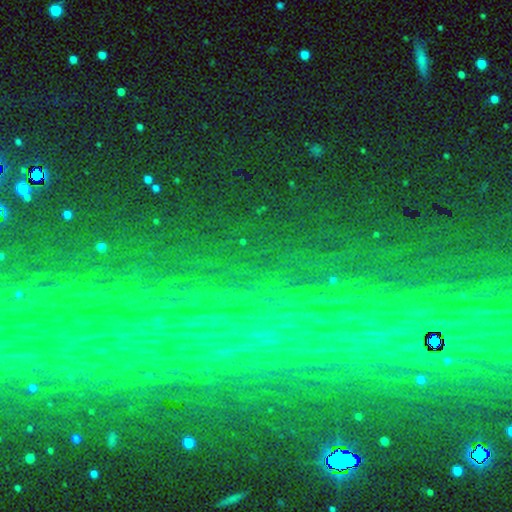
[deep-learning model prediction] This is clearly a star or artifact rather than a galaxy (83%).